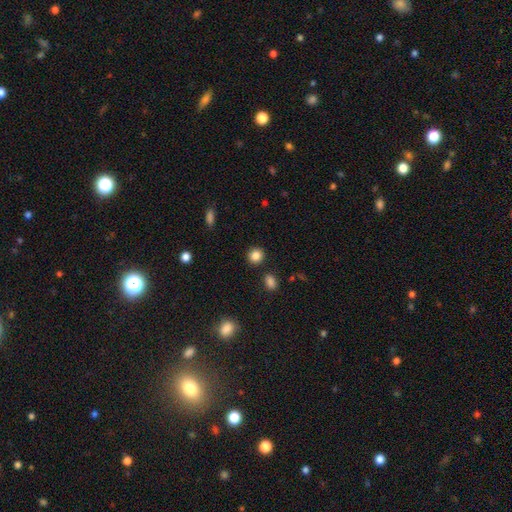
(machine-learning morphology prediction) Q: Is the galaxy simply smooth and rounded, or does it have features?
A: smooth — 85%.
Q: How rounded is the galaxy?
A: round — 87%.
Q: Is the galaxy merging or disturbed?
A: none — 89%.